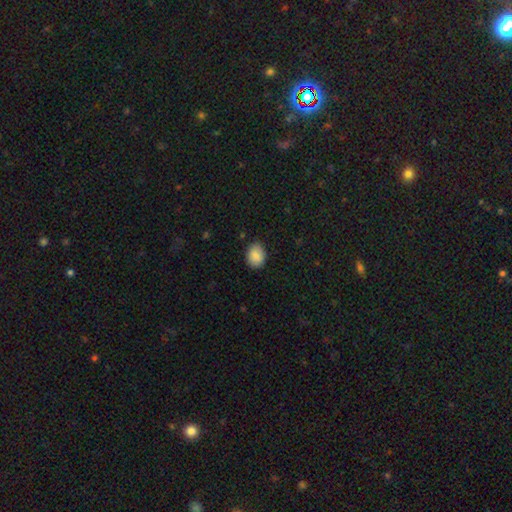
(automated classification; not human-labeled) smooth_or_featured: smooth (p=0.88) [alt: star or artifact p=0.07]
how_rounded: in between (p=0.69) [alt: round p=0.30]
merging: none (p=0.82) [alt: minor disturbance p=0.14]